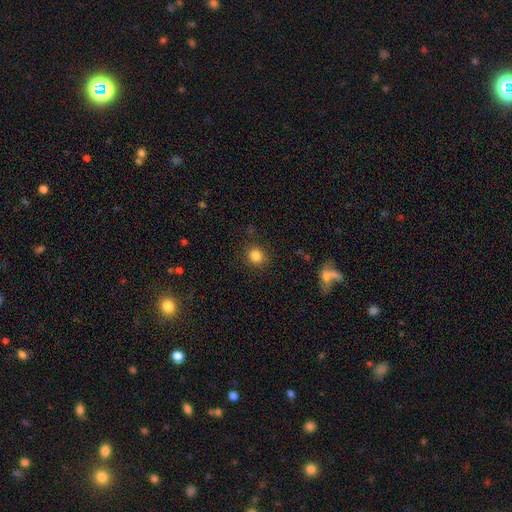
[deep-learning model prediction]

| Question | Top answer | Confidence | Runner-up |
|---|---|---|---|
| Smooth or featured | smooth | 84% | star or artifact (11%) |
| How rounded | round | 86% | in between (13%) |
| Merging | none | 87% | minor disturbance (8%) |